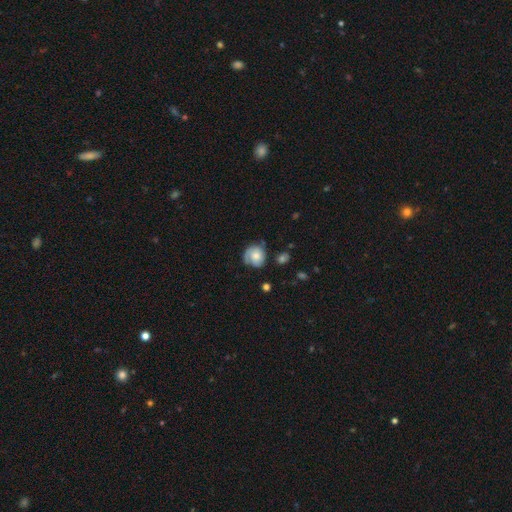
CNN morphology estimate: Smooth or featured?
  - featured or disk: 47% *
  - smooth: 46%
  - star or artifact: 8%
Merging?
  - none: 59% *
  - minor disturbance: 26%
  - major disturbance: 12%
  - merger: 3%